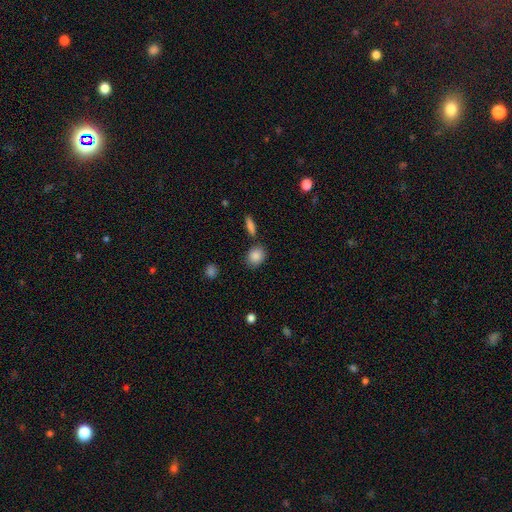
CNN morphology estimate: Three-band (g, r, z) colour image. It shows a smooth galaxy with no disk features (87%) that is round (59%). Merging: none (79%).